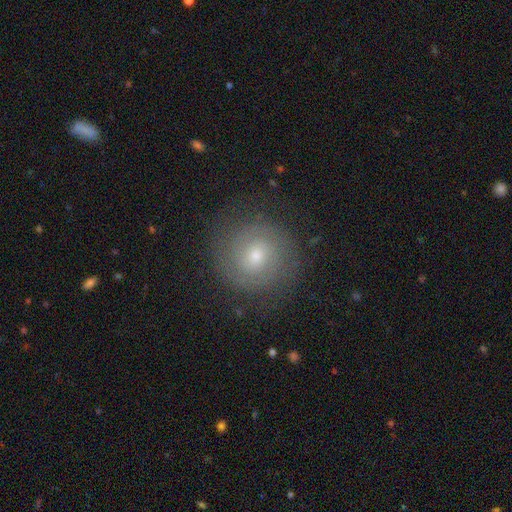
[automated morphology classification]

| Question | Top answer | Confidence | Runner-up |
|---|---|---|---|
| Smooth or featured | featured or disk | 64% | smooth (25%) |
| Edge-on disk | no | 97% | yes (3%) |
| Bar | no | 61% | weak (33%) |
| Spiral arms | yes | 90% | no (10%) |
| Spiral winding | tight | 64% | medium (28%) |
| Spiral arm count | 2 | 68% | can't tell (18%) |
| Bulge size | small | 57% | moderate (38%) |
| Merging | none | 82% | minor disturbance (11%) |